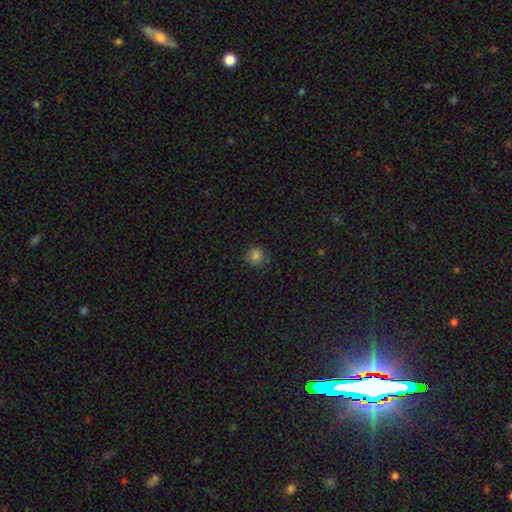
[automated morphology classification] Smooth or featured? Predicted: smooth (p=0.82). How rounded? Predicted: round (p=0.90). Merging? Predicted: none (p=0.85).